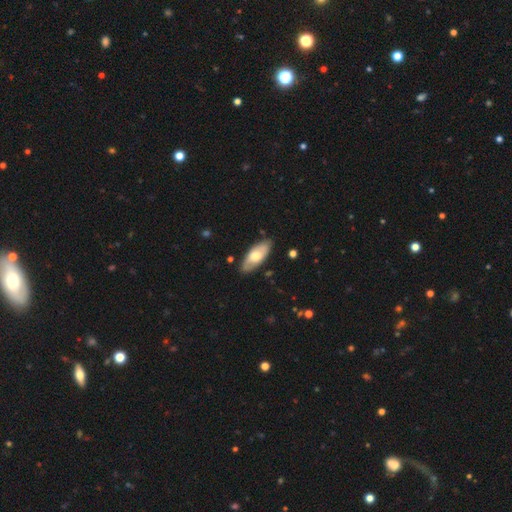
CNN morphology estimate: A smooth galaxy with no disk features (58%) that is in between round and cigar-shaped (83%). Merging: none (84%).